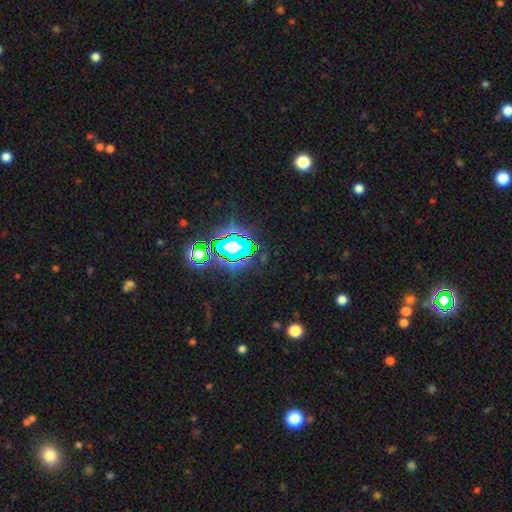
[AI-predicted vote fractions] A star or artifact, not a galaxy (81%).

Vote fractions:
- Smooth or featured? star or artifact: 81% / smooth: 11% / featured or disk: 8%